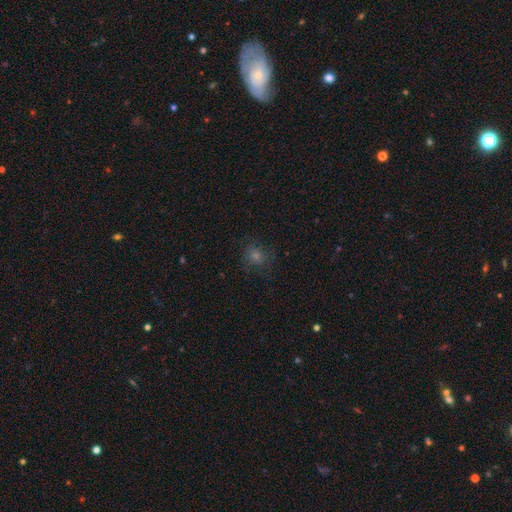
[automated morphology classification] Smooth or featured?
  - smooth: 49% *
  - star or artifact: 31%
  - featured or disk: 20%
Merging?
  - none: 78% *
  - minor disturbance: 13%
  - major disturbance: 8%
  - merger: 1%